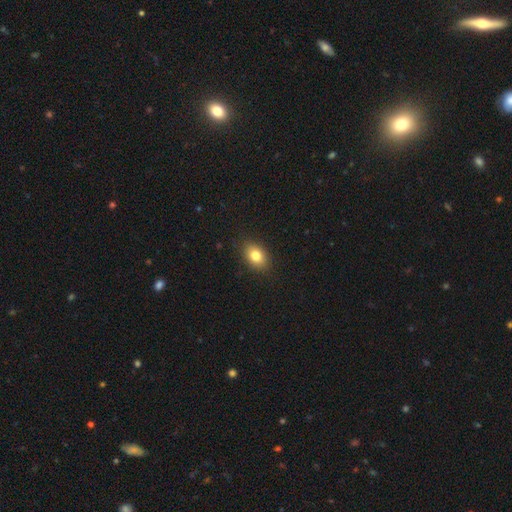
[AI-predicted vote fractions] Smooth or featured?
  - smooth: 81% *
  - featured or disk: 10%
  - star or artifact: 10%
How rounded?
  - in between: 76% *
  - round: 22%
  - cigar-shaped: 1%
Merging?
  - none: 89% *
  - minor disturbance: 8%
  - major disturbance: 2%
  - merger: 1%